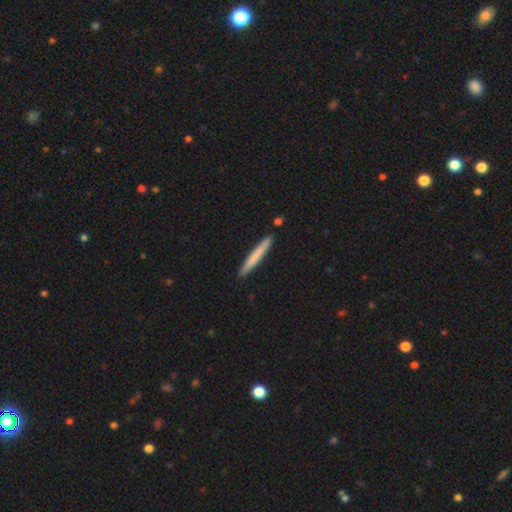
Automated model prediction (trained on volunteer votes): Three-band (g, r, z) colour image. It shows a smooth galaxy with no disk features (71%) that is cigar-shaped (97%). Merging: none (90%).